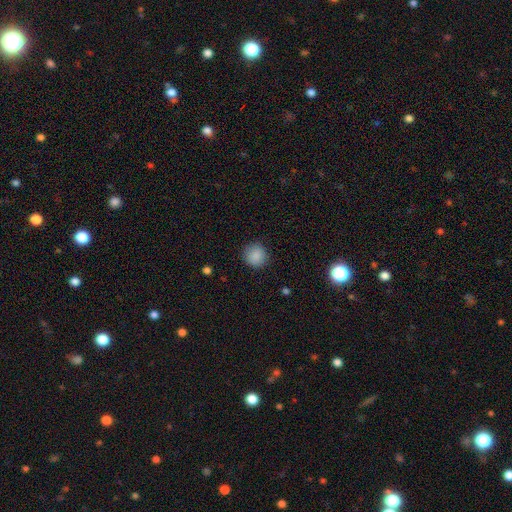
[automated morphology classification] A smooth galaxy with no disk features (88%) that is round (92%).

Vote fractions:
- Smooth or featured? smooth: 88% / star or artifact: 9% / featured or disk: 3%
- How rounded? round: 92% / in between: 7% / cigar-shaped: 1%
- Merging? none: 89% / minor disturbance: 8% / major disturbance: 2% / merger: 1%